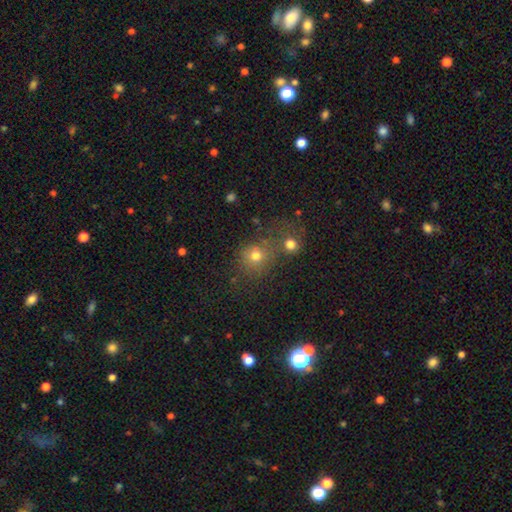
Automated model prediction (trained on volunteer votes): Overall: smooth (74%). How rounded: round (83%). Merging: none (50%; merger 33%).